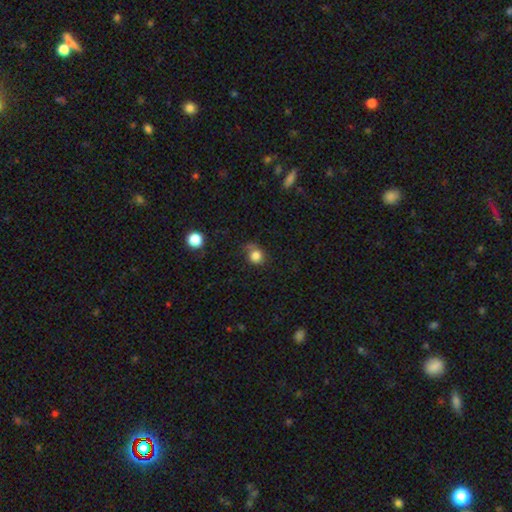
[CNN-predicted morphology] Q: Smooth or featured?
A: smooth (82%); runner-up: star or artifact (11%)
Q: How rounded?
A: round (82%); runner-up: in between (17%)
Q: Merging?
A: none (61%); runner-up: minor disturbance (25%)